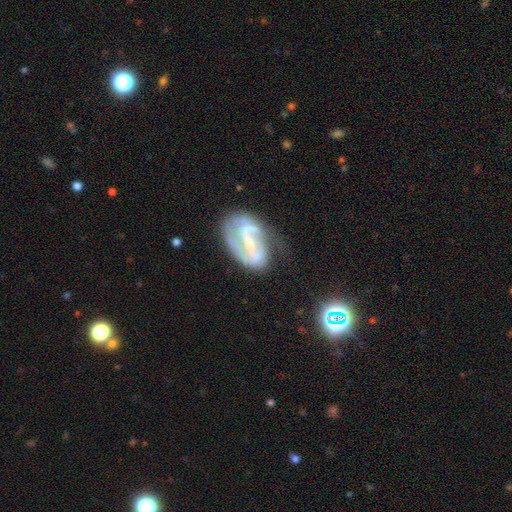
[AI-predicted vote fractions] featured or disk 78%, smooth 16%, star or artifact 6%. Down the decision tree: edge-on disk — no (96%); bar — weak (43%); spiral arms — yes (82%); spiral arm count — 2 (63%); spiral winding — medium (44%); bulge size — small (53%); merging — none (44%).